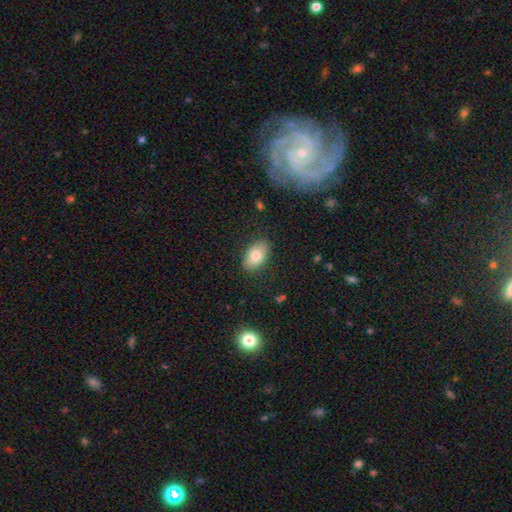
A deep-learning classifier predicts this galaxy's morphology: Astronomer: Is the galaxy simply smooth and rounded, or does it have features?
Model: smooth — 81%.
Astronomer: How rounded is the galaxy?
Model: in between — 91%.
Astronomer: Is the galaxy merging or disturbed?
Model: none — 85%.